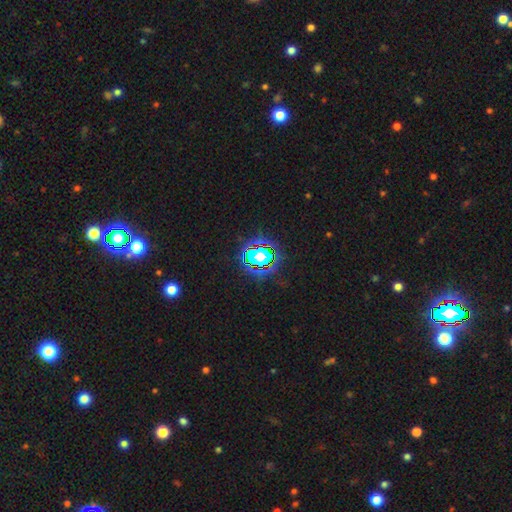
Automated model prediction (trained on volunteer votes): Overall: star or artifact (65%).